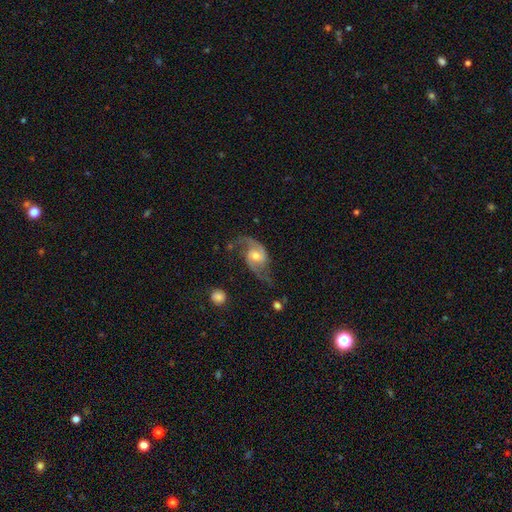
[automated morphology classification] smooth-or-featured: featured or disk: 88% | smooth: 7% | star or artifact: 5%
  disk-edge-on: no: 97% | yes: 3%
    bar: no: 46% | weak: 43% | strong: 11%
    has-spiral-arms: yes: 97% | no: 3%
      spiral-winding: loose: 48% | medium: 42% | tight: 10%
      spiral-arm-count: 2: 93% | can't tell: 2% | 1: 2% | 3: 1% | 4: 1% | more than 4: 1%
    bulge-size: moderate: 65% | small: 24% | large: 8% | none: 2% | dominant: 1%
  merging: none: 68% | minor disturbance: 19% | major disturbance: 11% | merger: 2%